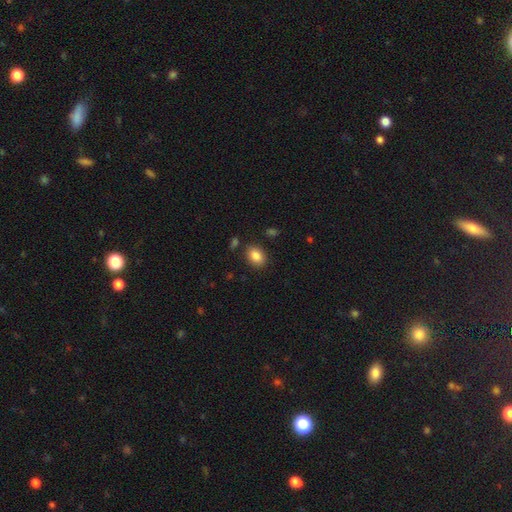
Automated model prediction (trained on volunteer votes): Q: Smooth or featured?
A: smooth (86%); runner-up: star or artifact (9%)
Q: How rounded?
A: in between (73%); runner-up: round (26%)
Q: Merging?
A: none (84%); runner-up: minor disturbance (10%)